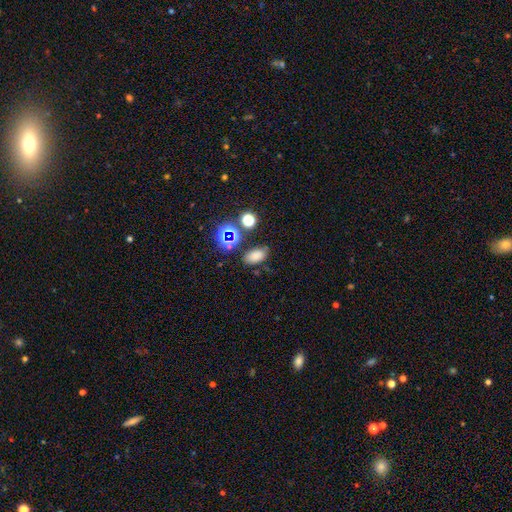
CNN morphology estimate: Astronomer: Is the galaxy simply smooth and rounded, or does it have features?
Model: smooth — 73%.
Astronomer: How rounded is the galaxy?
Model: in between — 88%.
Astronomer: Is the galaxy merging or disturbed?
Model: none — 77%.